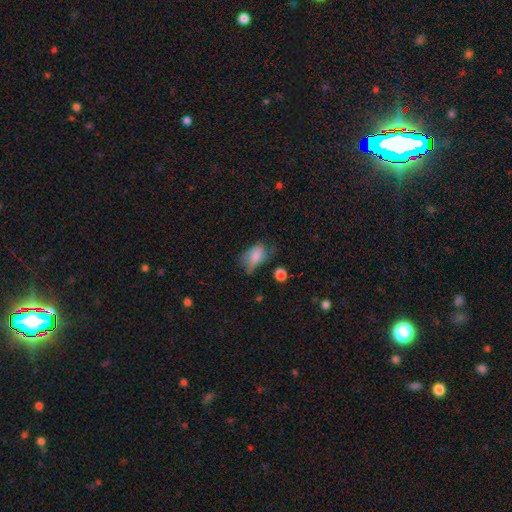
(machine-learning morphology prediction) smooth-or-featured: smooth: 70% | featured or disk: 21% | star or artifact: 9%
  how-rounded: in between: 89% | round: 8% | cigar-shaped: 3%
  merging: minor disturbance: 36% | none: 35% | major disturbance: 25% | merger: 4%